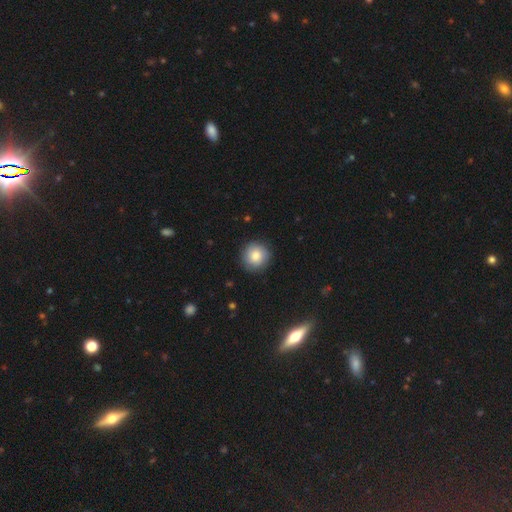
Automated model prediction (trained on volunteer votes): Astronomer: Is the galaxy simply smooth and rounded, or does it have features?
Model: smooth — 82%.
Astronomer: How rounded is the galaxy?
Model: round — 94%.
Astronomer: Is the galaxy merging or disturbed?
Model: none — 89%.